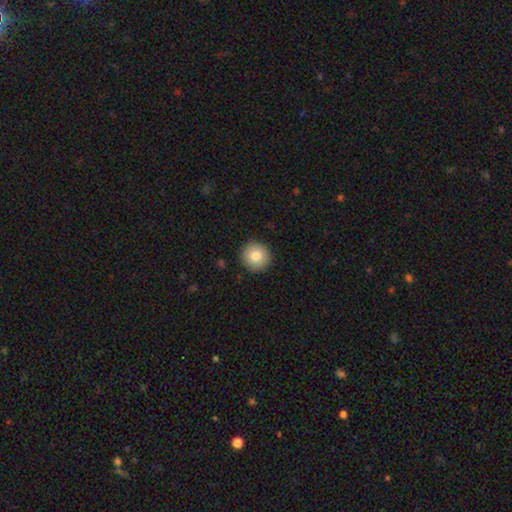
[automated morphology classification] A smooth galaxy with no disk features (81%) that is round (95%). Merging: none (90%).